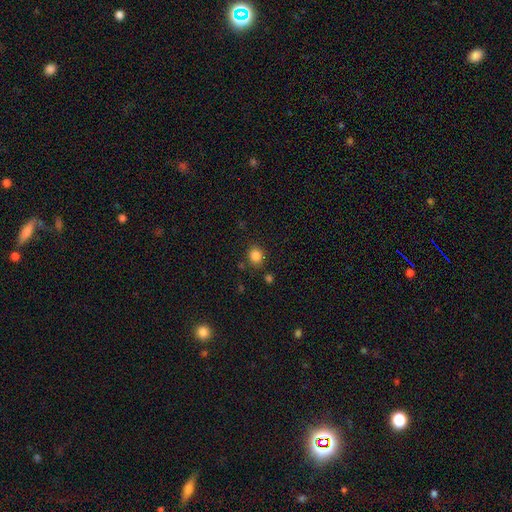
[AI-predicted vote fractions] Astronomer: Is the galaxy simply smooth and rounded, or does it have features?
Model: smooth — 85%.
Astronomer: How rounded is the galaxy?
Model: round — 74%.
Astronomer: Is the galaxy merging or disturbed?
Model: none — 81%.